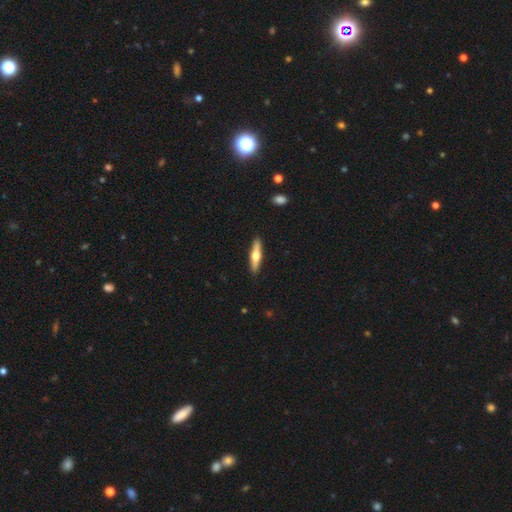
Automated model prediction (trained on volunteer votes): This appears to be a featured or disk galaxy (53%) viewed edge-on (94%) with a rounded central bulge (94%). Merging: none (91%).